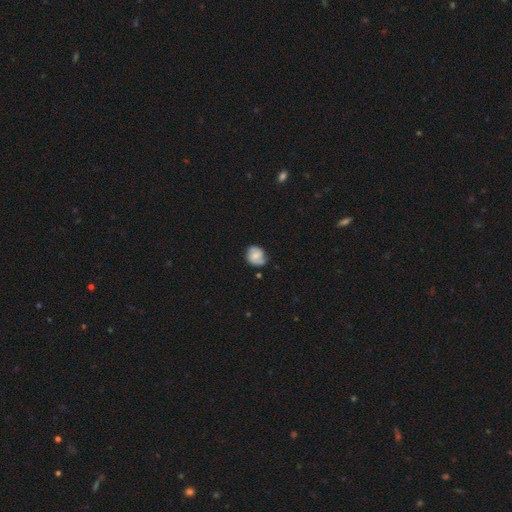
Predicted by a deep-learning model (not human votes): This is possibly a featured or disk galaxy (50%). It is clearly not viewed edge-on (97%). Merging: likely none (66%).